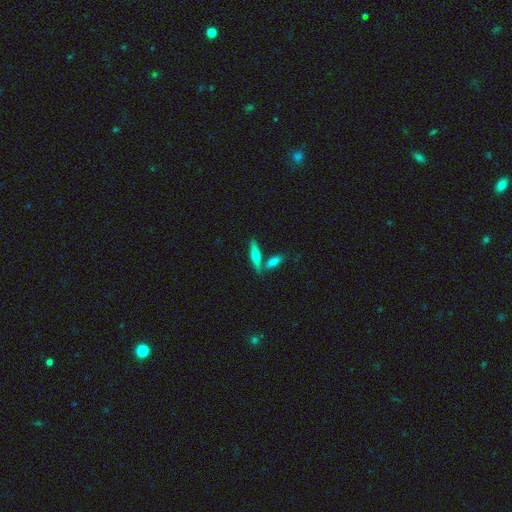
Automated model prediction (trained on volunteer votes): A featured or disk galaxy (50%).

Vote fractions:
- Smooth or featured? featured or disk: 50% / smooth: 44% / star or artifact: 6%
- Merging? none: 68% / merger: 20% / minor disturbance: 9% / major disturbance: 3%